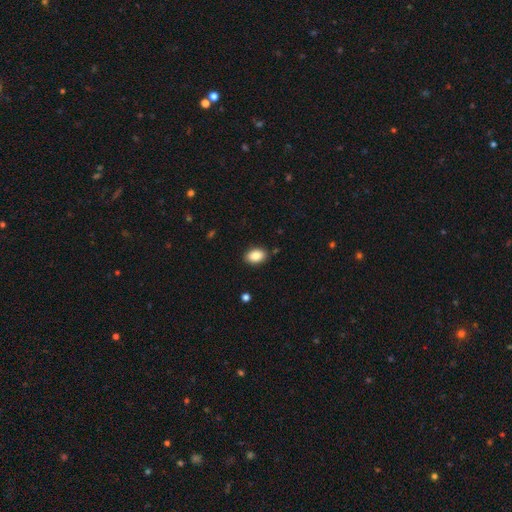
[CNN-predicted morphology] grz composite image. It shows a smooth galaxy with no disk features (86%) that is in between round and cigar-shaped (84%). Merging: none (88%).